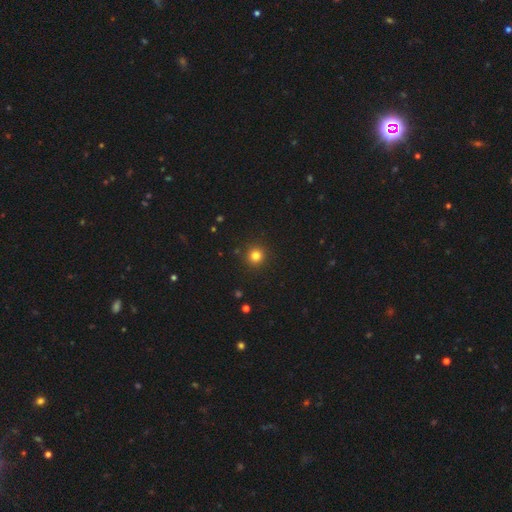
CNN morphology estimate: smooth-or-featured: smooth: 81% | star or artifact: 14% | featured or disk: 5%
  how-rounded: round: 94% | in between: 5% | cigar-shaped: 1%
  merging: none: 92% | minor disturbance: 5% | major disturbance: 2% | merger: 1%